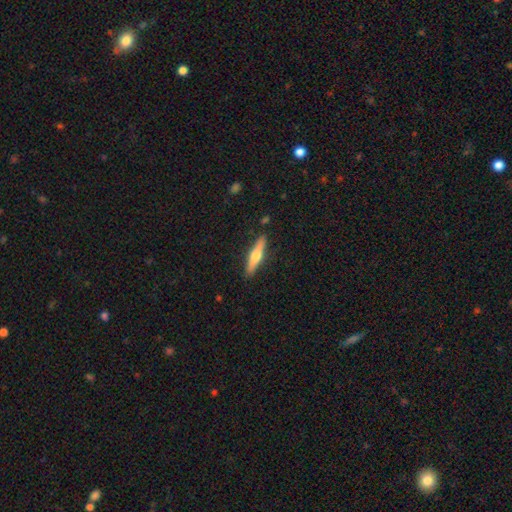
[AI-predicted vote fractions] smooth-or-featured: featured or disk: 50% | smooth: 44% | star or artifact: 5%
  disk-edge-on: yes: 95% | no: 5%
  merging: none: 88% | minor disturbance: 8% | major disturbance: 2% | merger: 2%